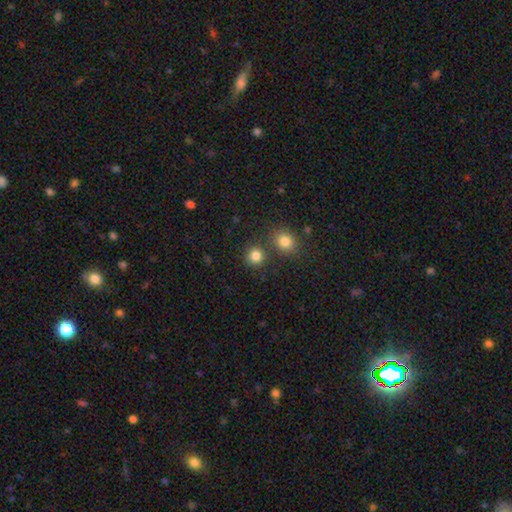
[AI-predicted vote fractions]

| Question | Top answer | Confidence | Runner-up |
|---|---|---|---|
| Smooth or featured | smooth | 83% | star or artifact (12%) |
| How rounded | round | 89% | in between (10%) |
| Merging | none | 77% | merger (13%) |